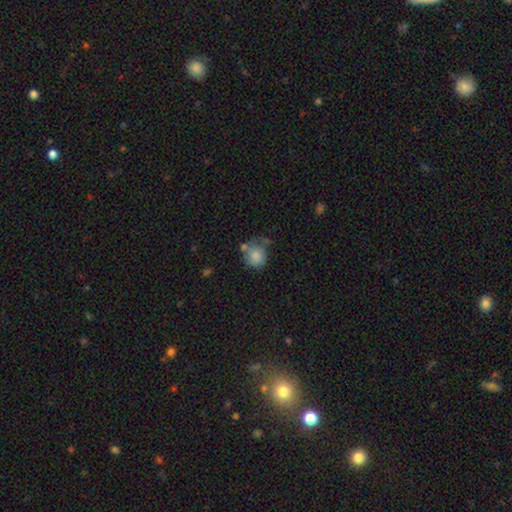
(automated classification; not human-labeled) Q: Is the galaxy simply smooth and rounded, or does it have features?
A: smooth — 79%.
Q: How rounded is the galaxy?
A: round — 80%.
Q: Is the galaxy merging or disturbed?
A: none — 45%.